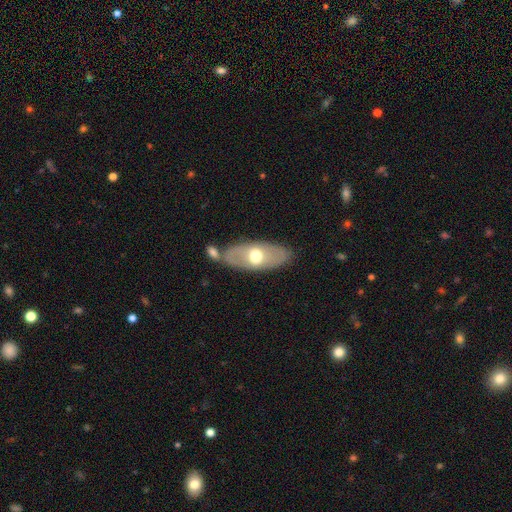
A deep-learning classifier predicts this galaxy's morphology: Smooth or featured? smooth (49%)
Merging? none (68%)